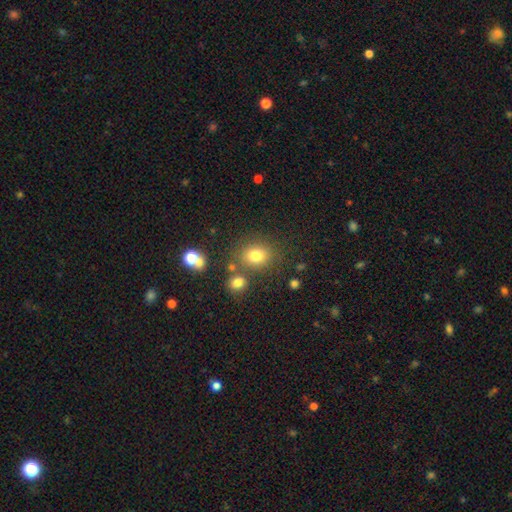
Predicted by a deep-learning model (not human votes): Smooth or featured? smooth (76%)
How rounded? round (65%)
Merging? none (74%)